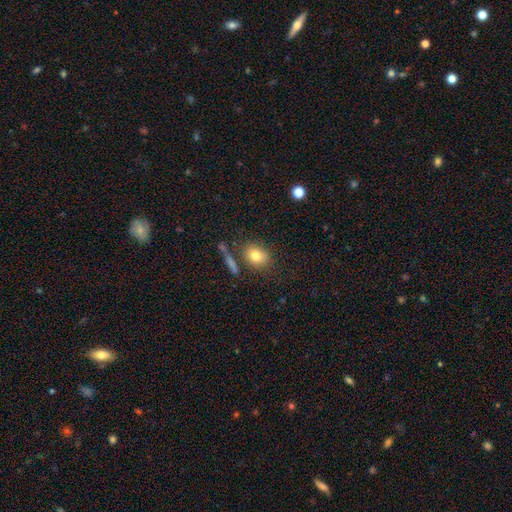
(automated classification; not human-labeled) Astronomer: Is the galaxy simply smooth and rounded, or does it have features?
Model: smooth — 79%.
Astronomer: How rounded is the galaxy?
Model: in between — 56% (runner-up: round, 41%).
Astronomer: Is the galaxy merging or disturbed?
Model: none — 72%.